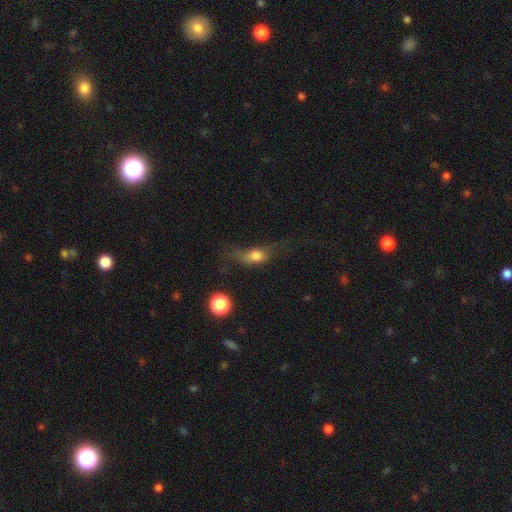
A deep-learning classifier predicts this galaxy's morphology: smooth-or-featured: smooth: 63% | featured or disk: 24% | star or artifact: 13%
  how-rounded: in between: 59% | round: 23% | cigar-shaped: 19%
  merging: major disturbance: 36% | none: 34% | minor disturbance: 26% | merger: 4%